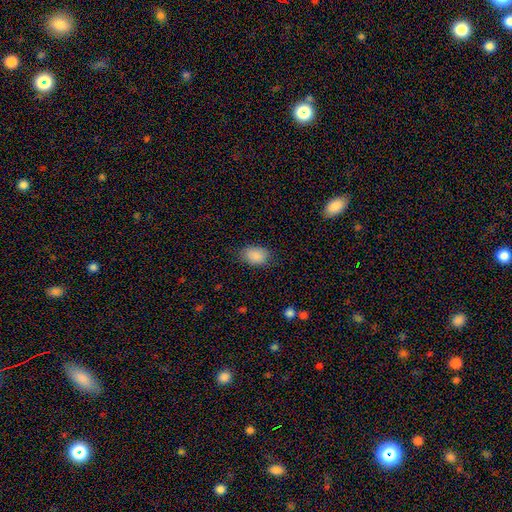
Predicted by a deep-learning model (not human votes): This is clearly a smooth galaxy (89%). How rounded: clearly in between (82%). Merging: clearly none (81%).